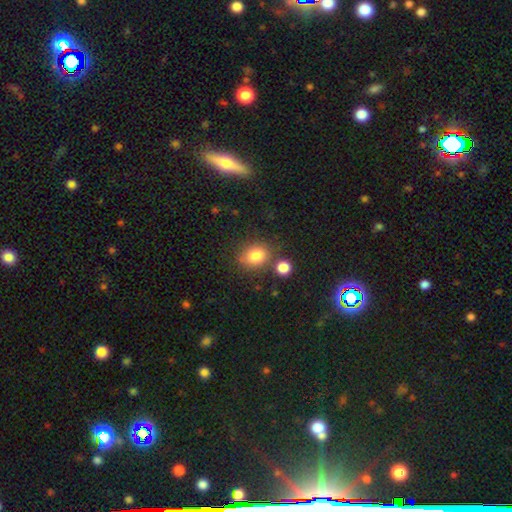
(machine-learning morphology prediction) The model was most divided on "how rounded": round: 55%, in between: 43%, cigar-shaped: 1%. More confident: smooth or featured — smooth (82%); merging — none (69%).